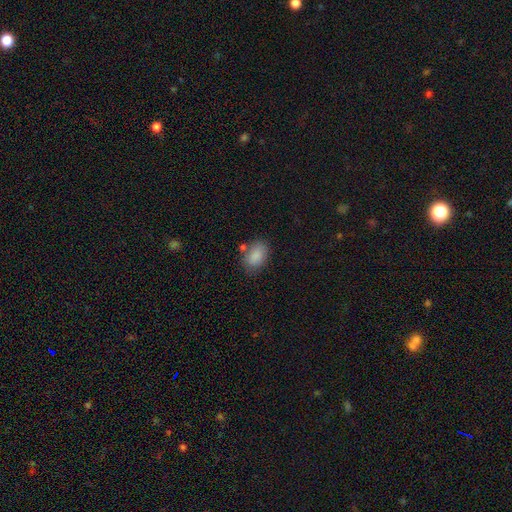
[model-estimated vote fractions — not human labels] Smooth or featured: smooth — 86% (star or artifact — 8%)
How rounded: in between — 84% (round — 14%)
Merging: none — 70% (minor disturbance — 18%)